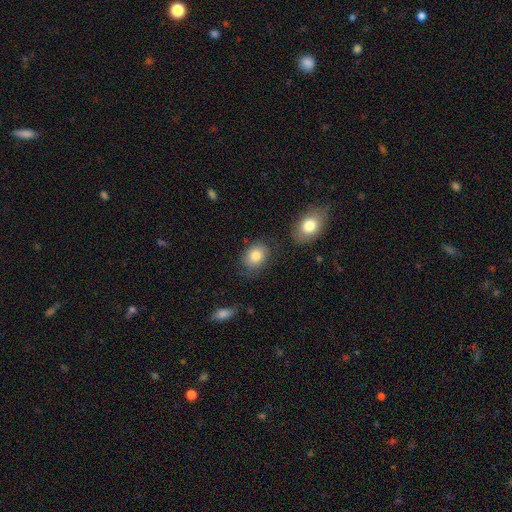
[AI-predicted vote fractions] smooth_or_featured: smooth (p=0.80) [alt: featured or disk p=0.12]
how_rounded: in between (p=0.63) [alt: round p=0.36]
merging: none (p=0.71) [alt: minor disturbance p=0.18]